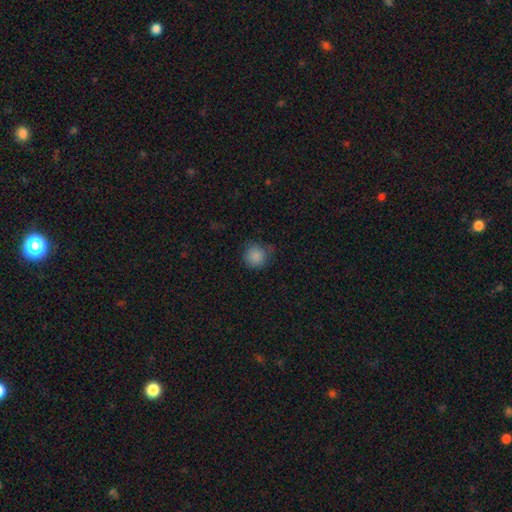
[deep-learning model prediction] Morphology: type=smooth (86%); roundness=round (92%); merging=none (71%).